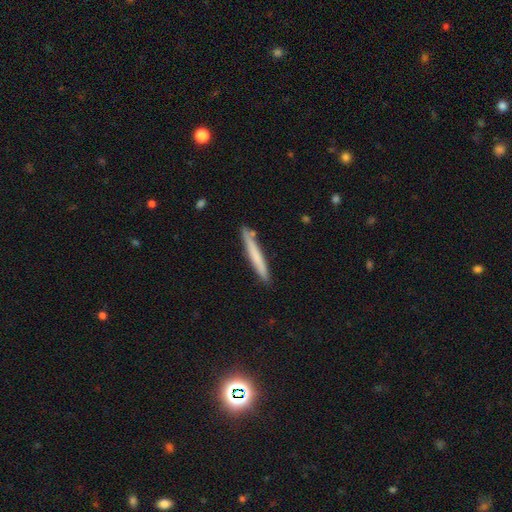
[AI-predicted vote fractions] smooth-or-featured: smooth: 65% | featured or disk: 29% | star or artifact: 6%
  how-rounded: cigar-shaped: 96% | in between: 3% | round: 1%
  merging: none: 85% | minor disturbance: 11% | merger: 3% | major disturbance: 2%